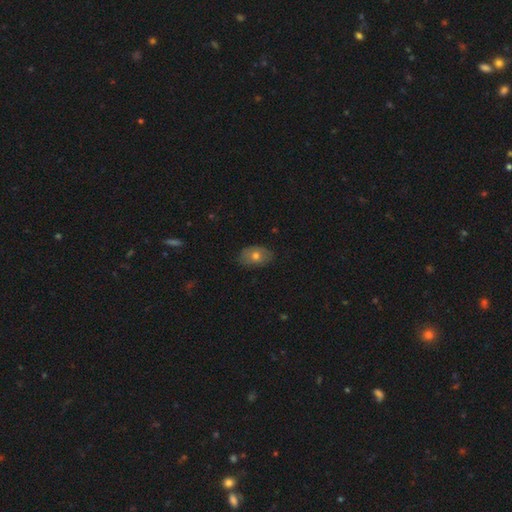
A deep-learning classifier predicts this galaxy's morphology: Smooth or featured?
  - smooth: 66% *
  - featured or disk: 25%
  - star or artifact: 8%
How rounded?
  - in between: 84% *
  - round: 15%
  - cigar-shaped: 1%
Merging?
  - none: 77% *
  - minor disturbance: 19%
  - major disturbance: 4%
  - merger: 1%